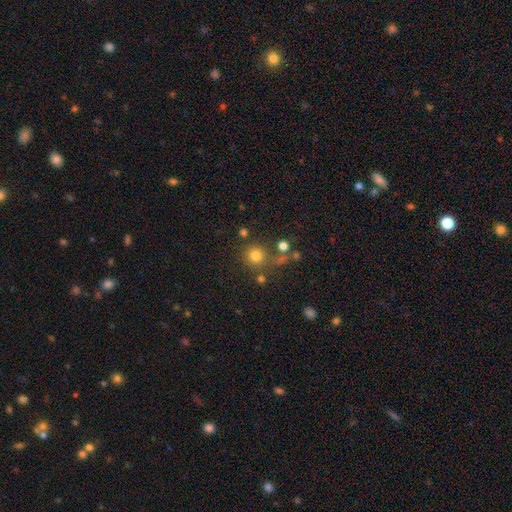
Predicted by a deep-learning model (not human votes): smooth-or-featured: smooth: 77% | star or artifact: 16% | featured or disk: 8%
  how-rounded: round: 92% | in between: 7% | cigar-shaped: 1%
  merging: none: 72% | merger: 12% | minor disturbance: 10% | major disturbance: 6%